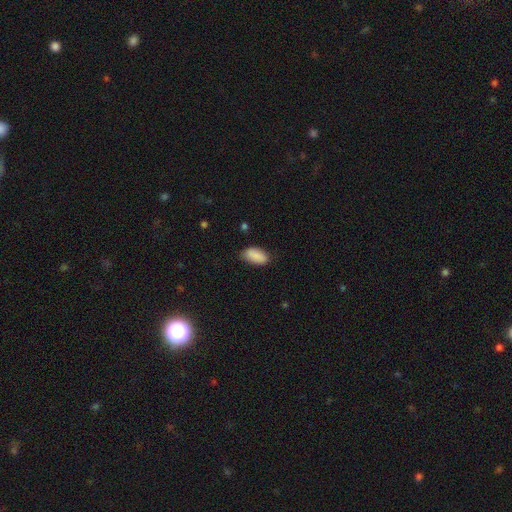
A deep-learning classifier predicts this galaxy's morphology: A smooth galaxy with no disk features (89%) that is in between round and cigar-shaped (93%). Merging: none (80%).